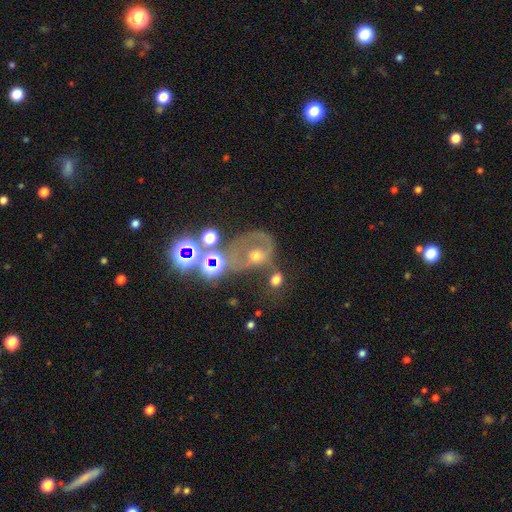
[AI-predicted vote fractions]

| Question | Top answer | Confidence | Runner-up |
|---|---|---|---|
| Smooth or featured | featured or disk | 41% | smooth (36%) |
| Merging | major disturbance | 31% | none (27%) |